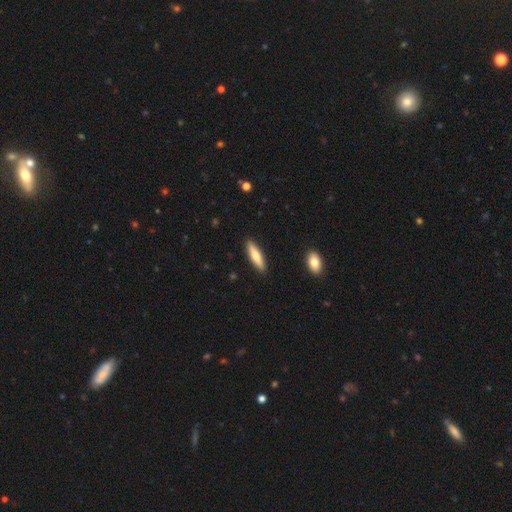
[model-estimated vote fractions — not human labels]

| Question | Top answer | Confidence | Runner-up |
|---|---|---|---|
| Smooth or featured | smooth | 67% | featured or disk (28%) |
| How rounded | cigar-shaped | 74% | in between (24%) |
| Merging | none | 90% | minor disturbance (7%) |